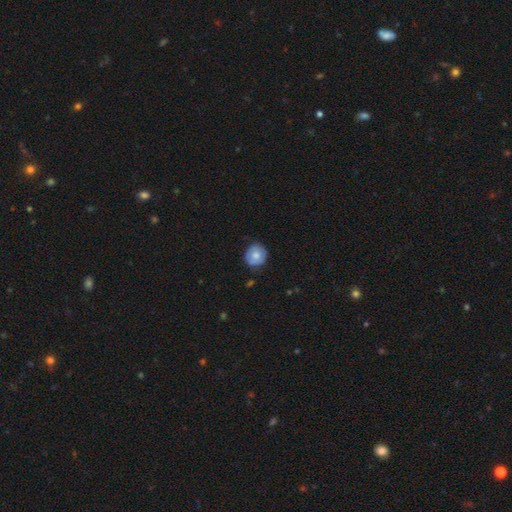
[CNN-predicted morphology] type=smooth (71%); roundness=round (85%); merging=none (78%).